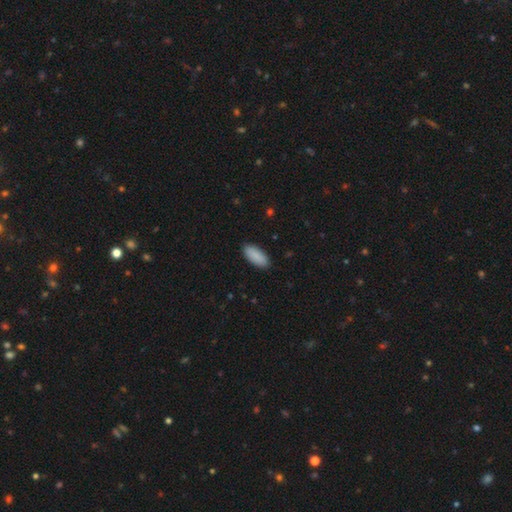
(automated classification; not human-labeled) Q: Smooth or featured?
A: smooth (90%); runner-up: star or artifact (5%)
Q: How rounded?
A: in between (87%); runner-up: cigar-shaped (11%)
Q: Merging?
A: none (90%); runner-up: minor disturbance (8%)